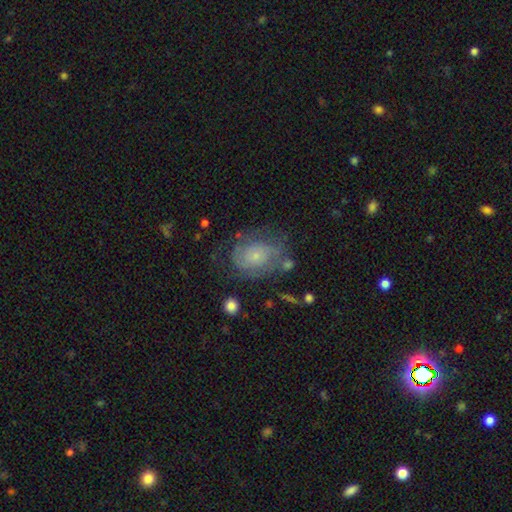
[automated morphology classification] Q: Smooth or featured?
A: featured or disk (50%); runner-up: smooth (41%)
Q: Edge-on disk?
A: no (97%); runner-up: yes (3%)
Q: Merging?
A: none (53%); runner-up: minor disturbance (25%)